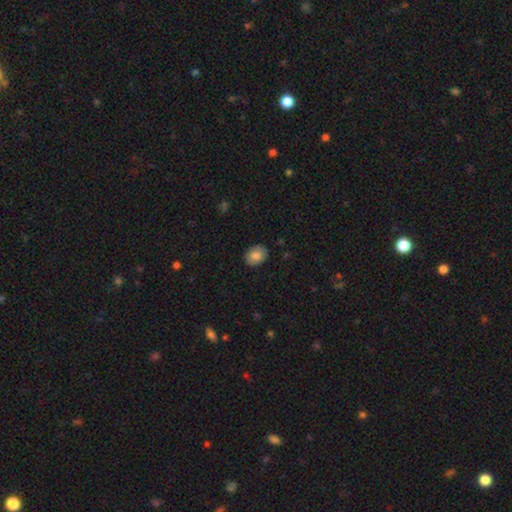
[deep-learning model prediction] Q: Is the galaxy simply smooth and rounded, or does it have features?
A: smooth — 80%.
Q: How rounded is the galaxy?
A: in between — 63%.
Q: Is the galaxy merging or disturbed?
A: none — 87%.